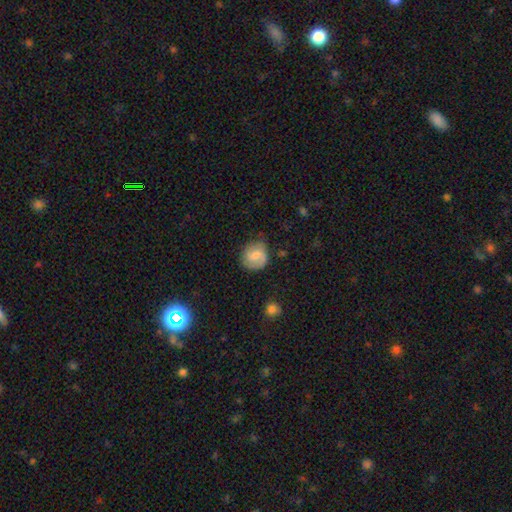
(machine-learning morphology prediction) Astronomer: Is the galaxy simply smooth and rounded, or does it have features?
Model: smooth — 47% (runner-up: featured or disk, 45%).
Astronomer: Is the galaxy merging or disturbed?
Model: none — 69%.